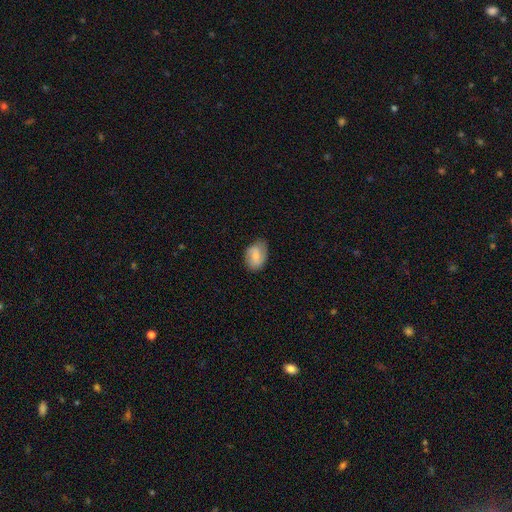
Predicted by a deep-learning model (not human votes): smooth 54%, featured or disk 39%, star or artifact 7%. Down the decision tree: how rounded — in between (80%); merging — none (72%).